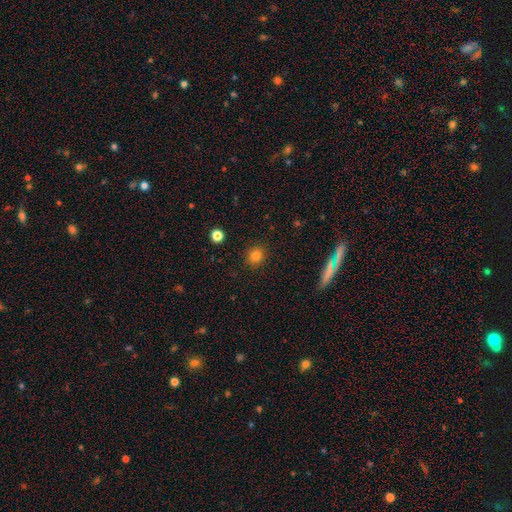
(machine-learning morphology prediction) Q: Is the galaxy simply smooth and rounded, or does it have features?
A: smooth — 83%.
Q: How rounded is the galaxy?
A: round — 86%.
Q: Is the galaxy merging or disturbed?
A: none — 90%.